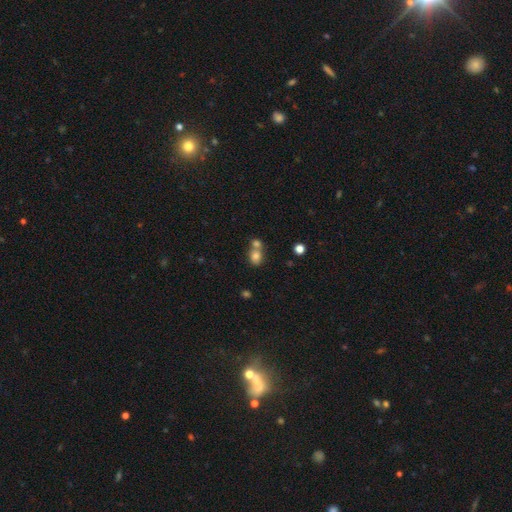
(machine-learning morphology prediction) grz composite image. It shows a smooth galaxy with no disk features (78%) that is round (58%). Merging: merger (53%).